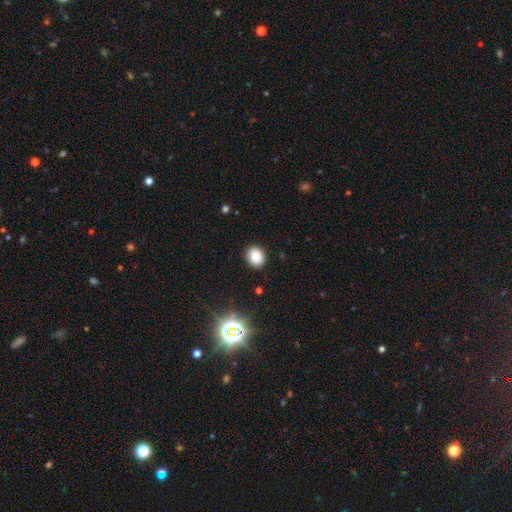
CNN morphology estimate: type=smooth (82%); roundness=round (59%); merging=none (89%).